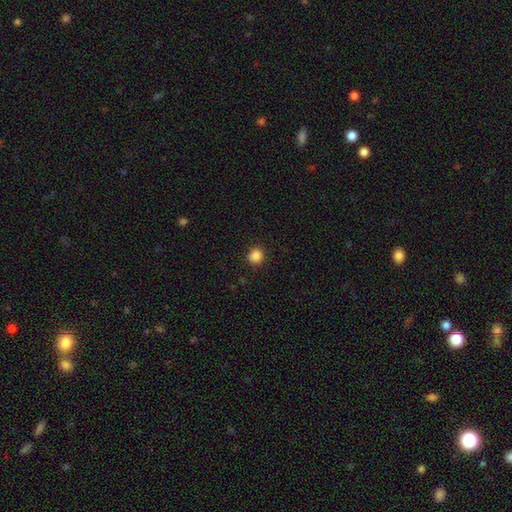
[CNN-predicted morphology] Q: Smooth or featured?
A: smooth (86%); runner-up: star or artifact (11%)
Q: How rounded?
A: round (89%); runner-up: in between (11%)
Q: Merging?
A: none (91%); runner-up: minor disturbance (6%)